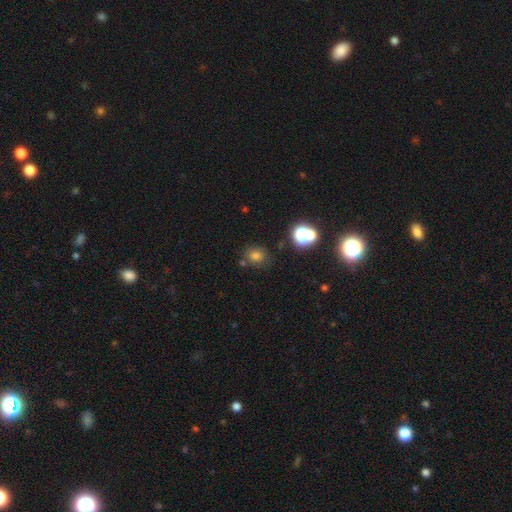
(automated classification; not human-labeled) The model was most divided on "how rounded": round: 70%, in between: 29%, cigar-shaped: 1%. More confident: merging — none (76%); smooth or featured — smooth (73%).